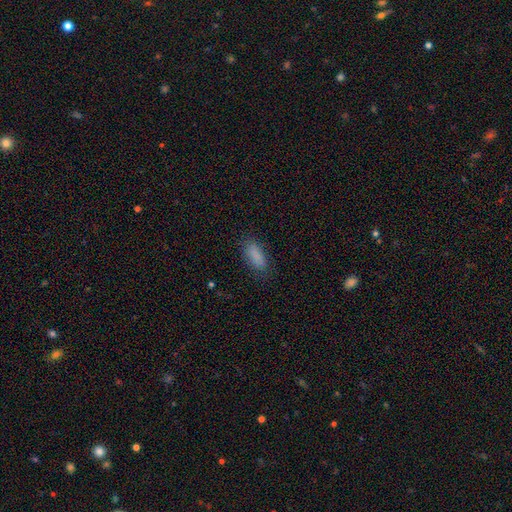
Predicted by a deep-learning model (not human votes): Smooth or featured? smooth (86%)
How rounded? in between (83%)
Merging? none (80%)